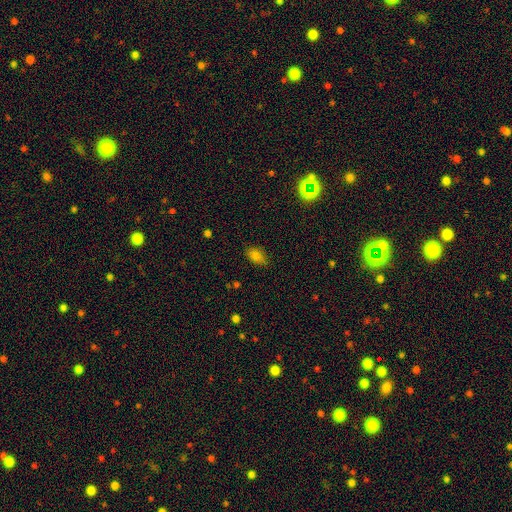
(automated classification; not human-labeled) smooth_or_featured: smooth (p=0.80) [alt: star or artifact p=0.13]
how_rounded: in between (p=0.86) [alt: round p=0.12]
merging: none (p=0.80) [alt: minor disturbance p=0.16]